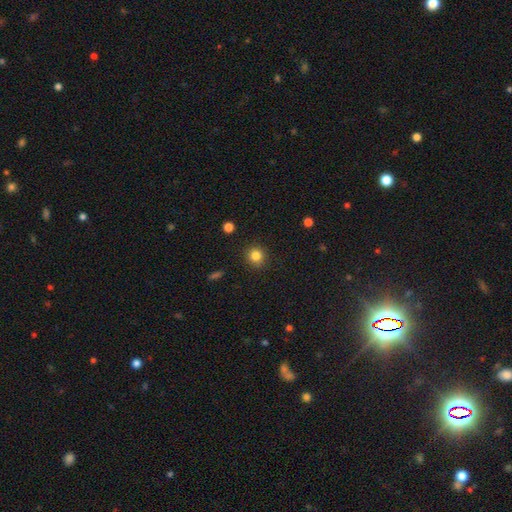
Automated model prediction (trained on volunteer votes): Smooth or featured? smooth (83%)
How rounded? round (92%)
Merging? none (90%)